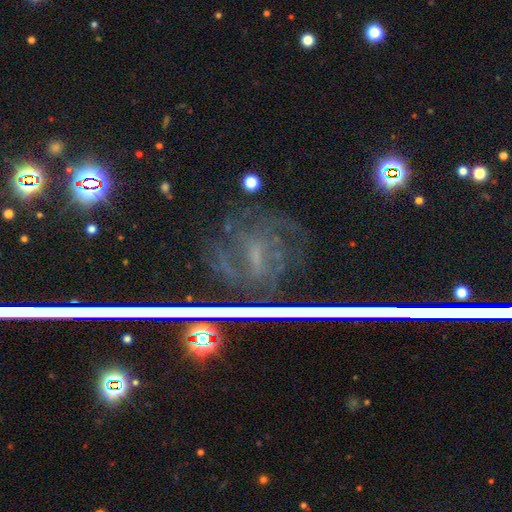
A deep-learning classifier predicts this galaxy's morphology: A featured or disk galaxy (53%).

Vote fractions:
- Smooth or featured? featured or disk: 53% / star or artifact: 30% / smooth: 16%
- Edge-on disk? no: 76% / yes: 24%
- Merging? none: 70% / minor disturbance: 16% / major disturbance: 12% / merger: 3%